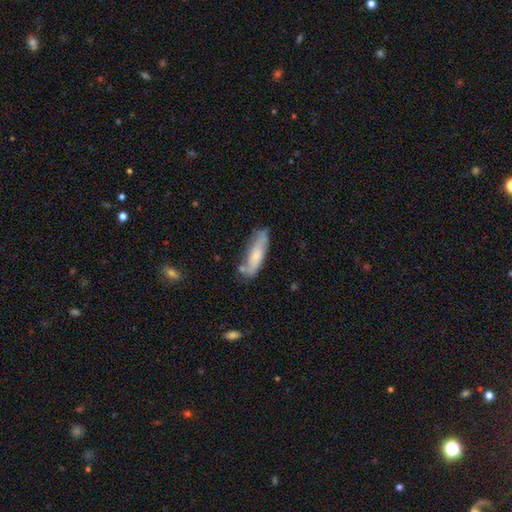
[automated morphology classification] Smooth or featured? smooth (59%)
How rounded? cigar-shaped (63%)
Merging? none (63%)